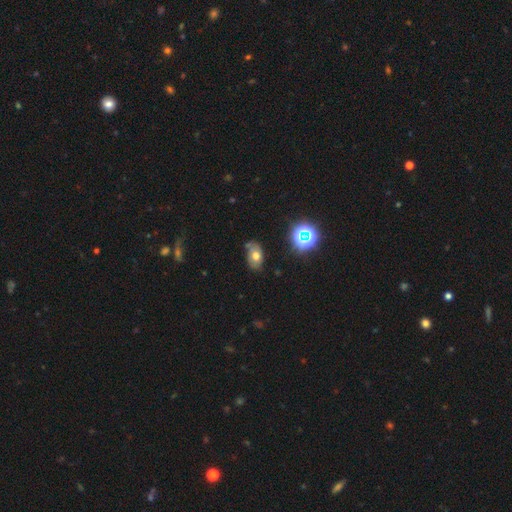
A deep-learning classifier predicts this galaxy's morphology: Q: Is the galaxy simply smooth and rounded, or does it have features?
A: smooth — 54%.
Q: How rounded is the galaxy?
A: in between — 84%.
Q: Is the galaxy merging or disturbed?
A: none — 60%.